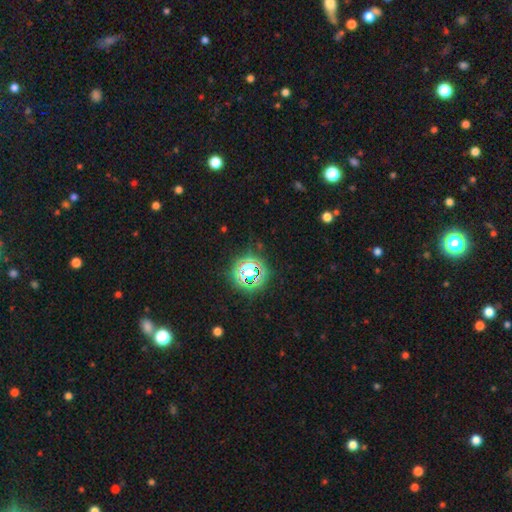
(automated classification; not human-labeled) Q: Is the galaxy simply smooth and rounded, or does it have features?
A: star or artifact — 75%.